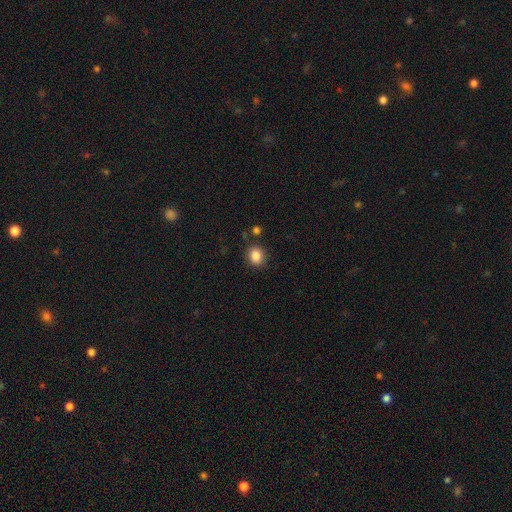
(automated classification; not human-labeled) Smooth or featured: smooth — 86% (star or artifact — 10%)
How rounded: round — 68% (in between — 31%)
Merging: none — 84% (minor disturbance — 9%)